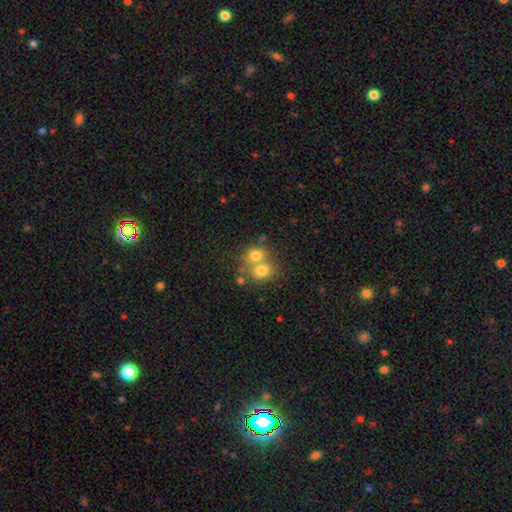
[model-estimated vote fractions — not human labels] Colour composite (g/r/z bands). It shows a smooth galaxy with no disk features (73%) that is round (68%). Merging: merger (56%).